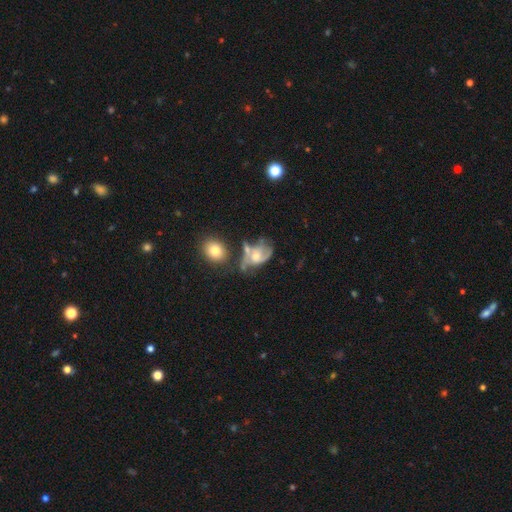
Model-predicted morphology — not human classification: Smooth or featured? Predicted: featured or disk (p=0.66). Edge-on disk? Predicted: no (p=0.96). Bar? Predicted: no (p=0.68). Spiral arms? Predicted: yes (p=0.78). Bulge size? Predicted: moderate (p=0.53). Merging? Predicted: none (p=0.30).